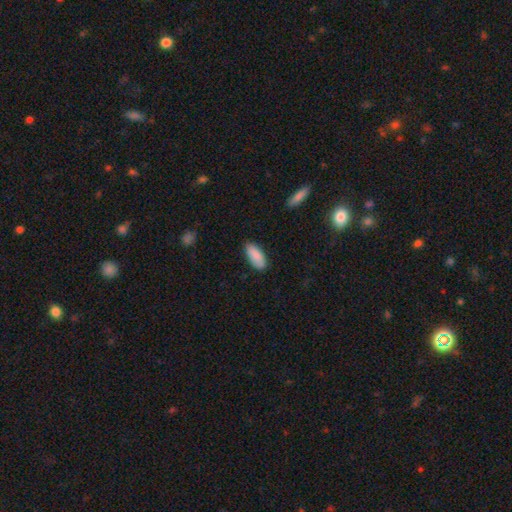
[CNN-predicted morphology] Smooth or featured?
  - smooth: 88% *
  - featured or disk: 6%
  - star or artifact: 6%
How rounded?
  - in between: 86% *
  - cigar-shaped: 12%
  - round: 2%
Merging?
  - none: 82% *
  - minor disturbance: 14%
  - major disturbance: 2%
  - merger: 1%